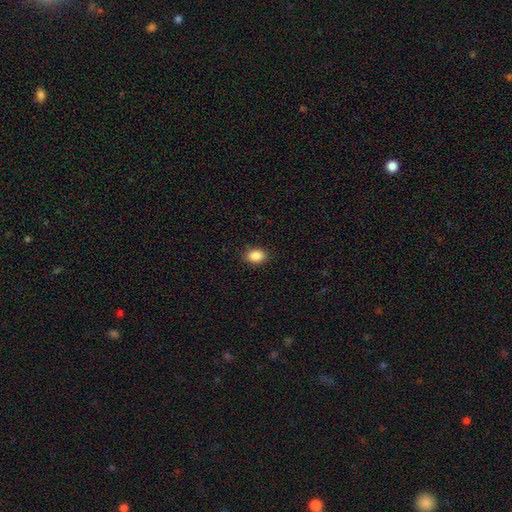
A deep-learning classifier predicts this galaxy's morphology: A smooth galaxy with no disk features (89%) that is in between round and cigar-shaped (73%). Merging: none (88%).